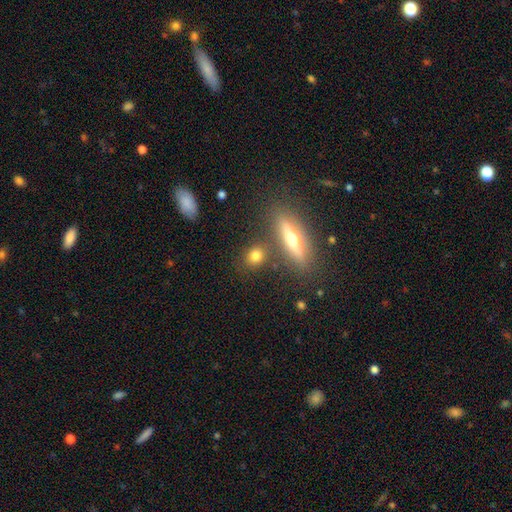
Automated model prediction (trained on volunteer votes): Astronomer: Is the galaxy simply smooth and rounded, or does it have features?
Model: smooth — 72%.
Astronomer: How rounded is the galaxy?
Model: round — 55% (runner-up: in between, 36%).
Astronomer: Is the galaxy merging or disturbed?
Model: none — 77%.